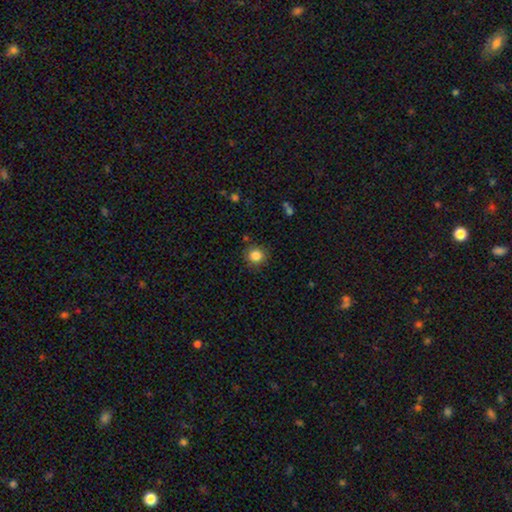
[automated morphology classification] Smooth or featured: smooth — 84% (star or artifact — 11%)
How rounded: round — 92% (in between — 7%)
Merging: none — 86% (minor disturbance — 9%)